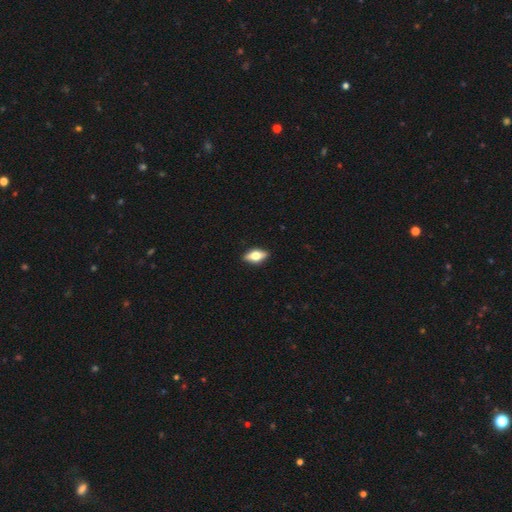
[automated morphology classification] smooth-or-featured: smooth: 51% | featured or disk: 42% | star or artifact: 7%
  how-rounded: in between: 79% | cigar-shaped: 15% | round: 6%
  merging: none: 89% | minor disturbance: 8% | major disturbance: 2% | merger: 1%